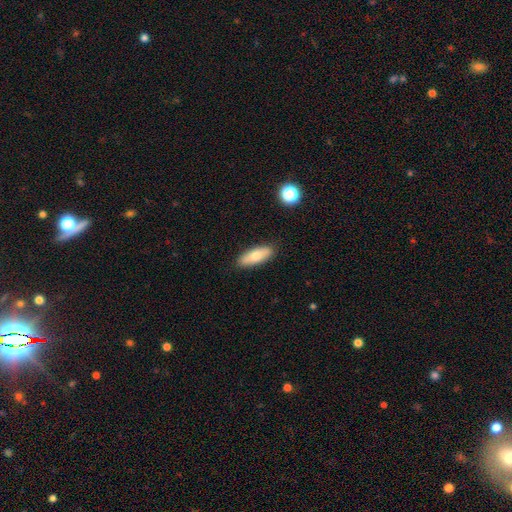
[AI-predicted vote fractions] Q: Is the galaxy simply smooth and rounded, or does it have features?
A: smooth — 73%.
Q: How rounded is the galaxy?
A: in between — 69%.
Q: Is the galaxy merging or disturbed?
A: none — 88%.